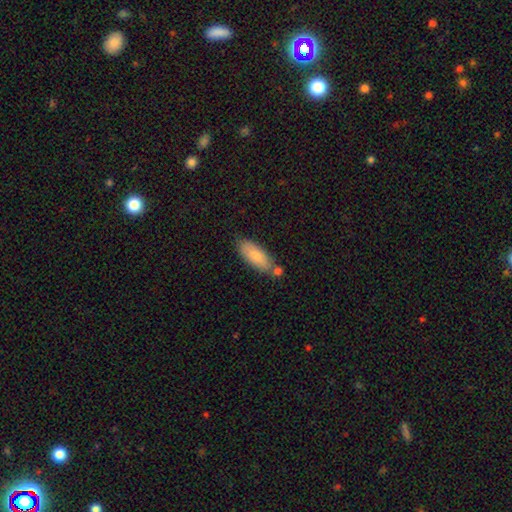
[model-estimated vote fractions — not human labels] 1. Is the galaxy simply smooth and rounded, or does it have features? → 81% smooth, 12% featured or disk, 6% star or artifact.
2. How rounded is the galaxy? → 74% in between, 24% cigar-shaped, 2% round.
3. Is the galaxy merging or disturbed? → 70% none, 16% minor disturbance, 11% merger, 3% major disturbance.